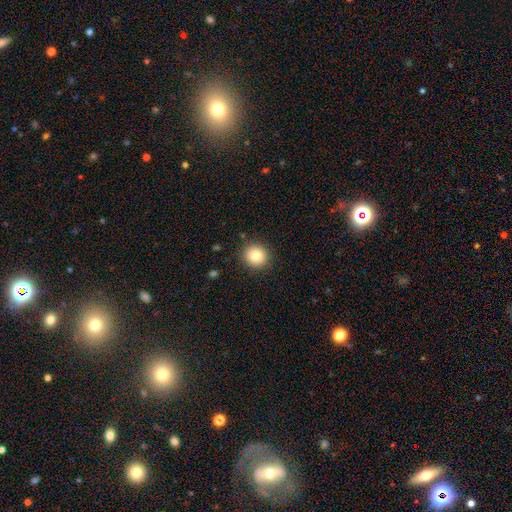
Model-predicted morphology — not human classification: smooth_or_featured: smooth (p=0.82) [alt: star or artifact p=0.10]
how_rounded: round (p=0.91) [alt: in between p=0.08]
merging: none (p=0.89) [alt: minor disturbance p=0.07]